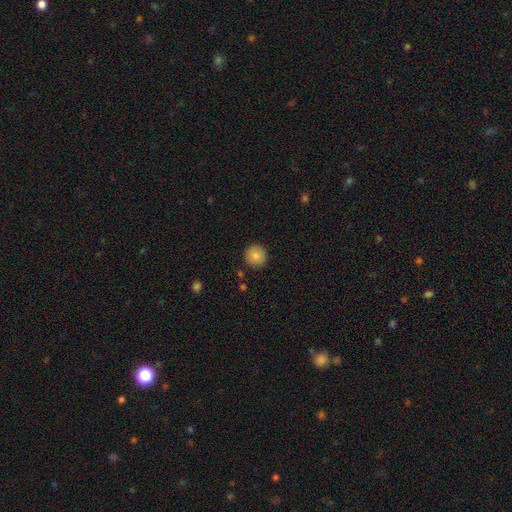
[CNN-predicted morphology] Smooth or featured? Predicted: smooth (p=0.84). How rounded? Predicted: round (p=0.95). Merging? Predicted: none (p=0.90).